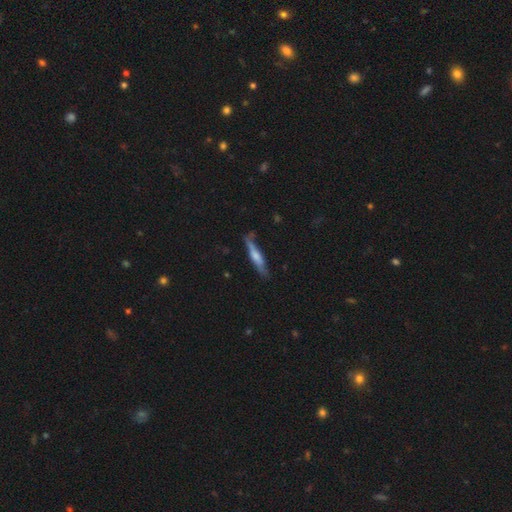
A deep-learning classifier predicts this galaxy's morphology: This appears to be a smooth galaxy with no disk features (49%). Merging: none (70%).